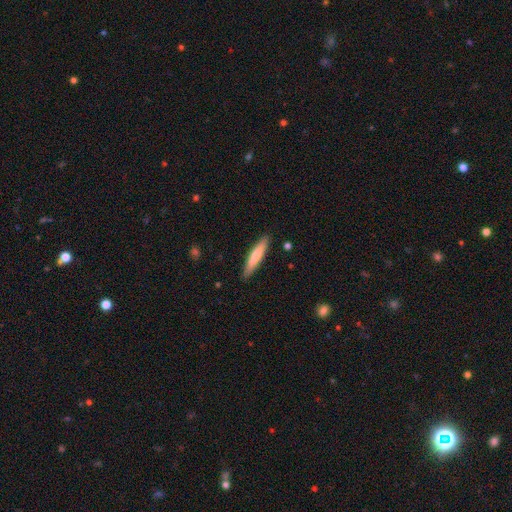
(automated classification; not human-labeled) Smooth or featured?
  - smooth: 70% *
  - featured or disk: 24%
  - star or artifact: 5%
How rounded?
  - cigar-shaped: 90% *
  - in between: 9%
  - round: 1%
Merging?
  - none: 89% *
  - minor disturbance: 8%
  - major disturbance: 2%
  - merger: 1%